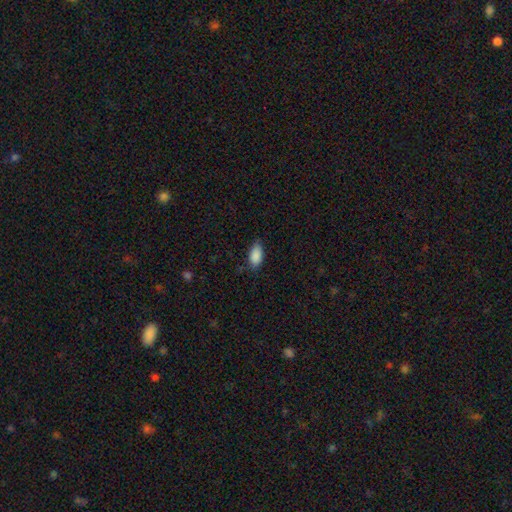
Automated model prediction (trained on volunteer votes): smooth-or-featured: smooth: 88% | star or artifact: 7% | featured or disk: 4%
  how-rounded: in between: 92% | cigar-shaped: 4% | round: 4%
  merging: none: 73% | minor disturbance: 22% | major disturbance: 4% | merger: 1%